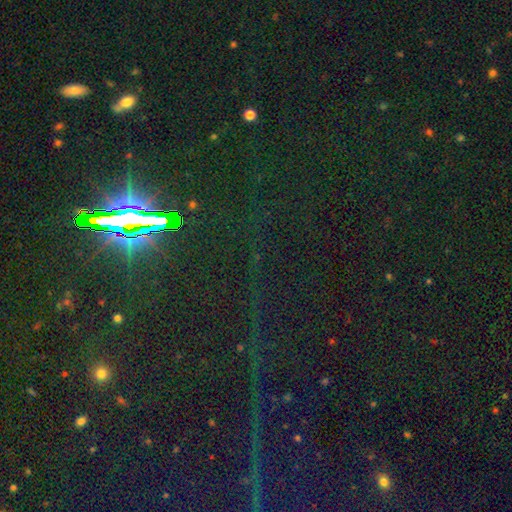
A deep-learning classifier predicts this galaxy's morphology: Q: Smooth or featured?
A: star or artifact (84%); runner-up: smooth (8%)